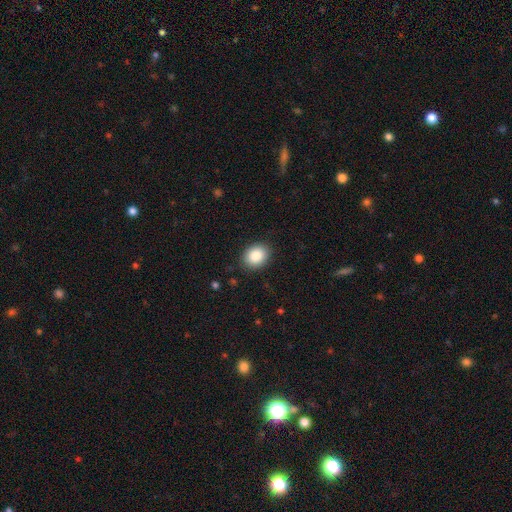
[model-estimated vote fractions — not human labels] Morphology: type=smooth (87%); roundness=in between (55%); merging=none (88%).